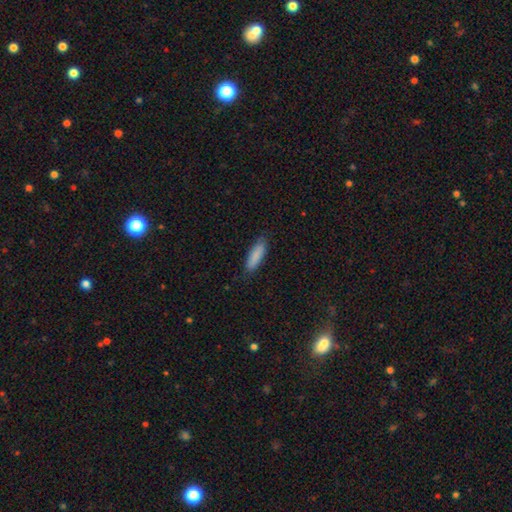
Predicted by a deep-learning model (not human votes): A smooth galaxy with no disk features (87%) that is cigar-shaped (53%). Merging: none (82%).